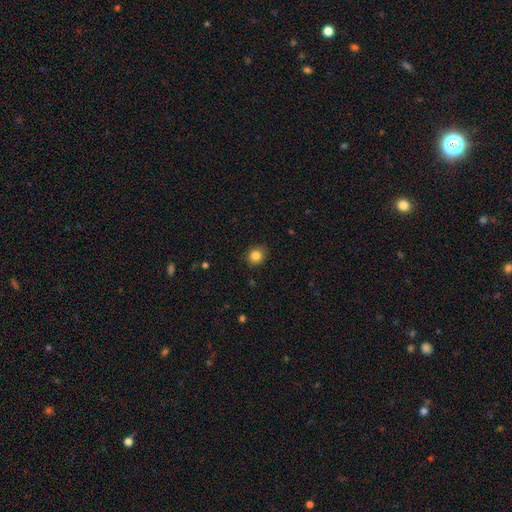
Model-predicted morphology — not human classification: This is clearly a smooth galaxy (84%). How rounded: clearly round (80%). Merging: clearly none (89%).